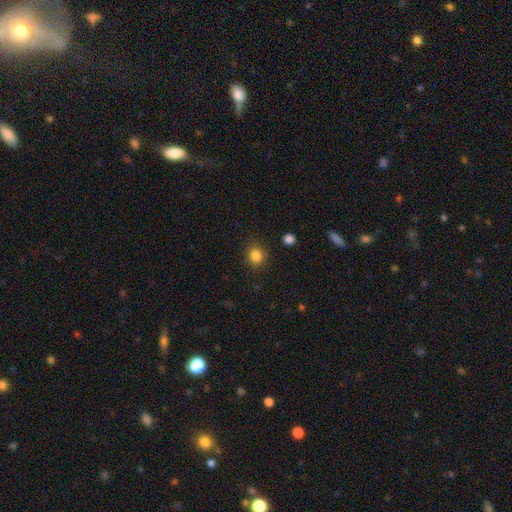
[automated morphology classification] smooth_or_featured: smooth (p=0.84) [alt: star or artifact p=0.12]
how_rounded: round (p=0.79) [alt: in between p=0.20]
merging: none (p=0.87) [alt: minor disturbance p=0.09]